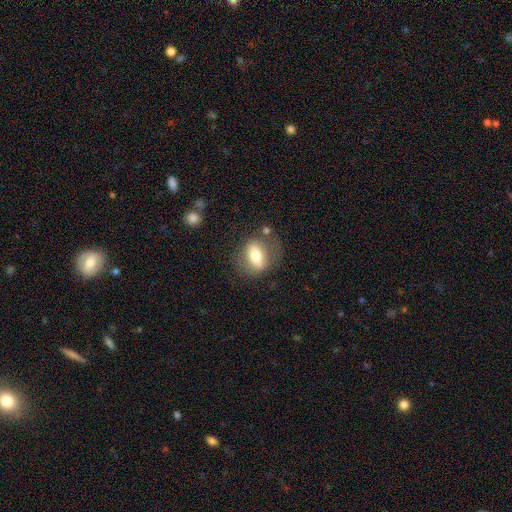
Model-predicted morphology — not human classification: A smooth galaxy with no disk features (57%) that is in between round and cigar-shaped (69%). Merging: none (70%).